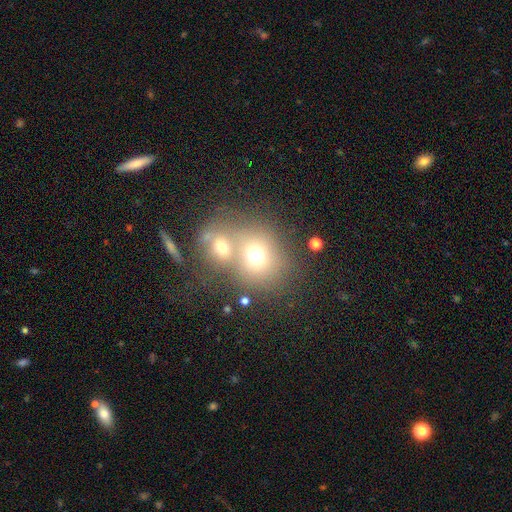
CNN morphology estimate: Q: Smooth or featured?
A: smooth (67%); runner-up: featured or disk (18%)
Q: How rounded?
A: round (72%); runner-up: in between (27%)
Q: Merging?
A: merger (58%); runner-up: none (30%)